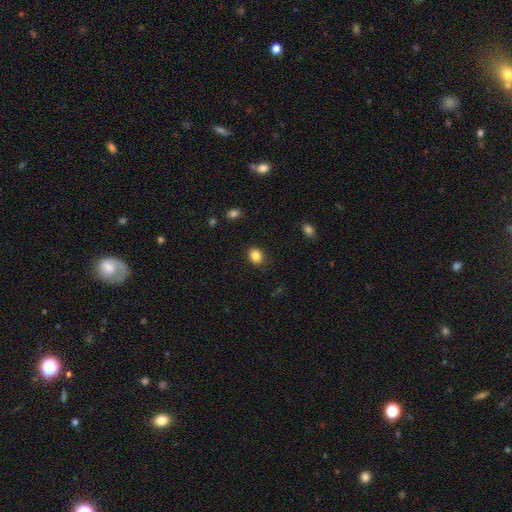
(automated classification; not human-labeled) Overall: smooth (85%). How rounded: round (50%; in between 49%). Merging: none (85%).